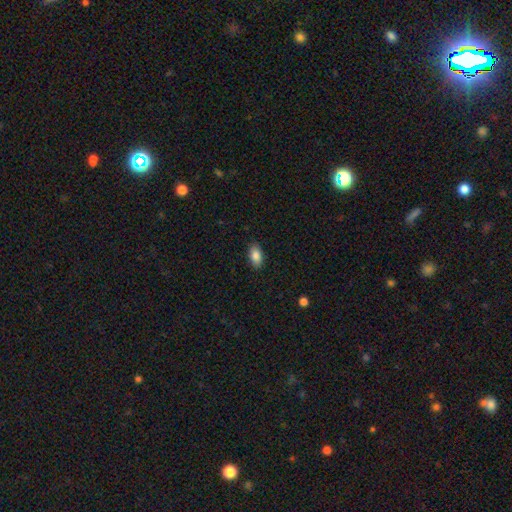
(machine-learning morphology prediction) Overall: smooth (86%). How rounded: in between (92%). Merging: none (88%).